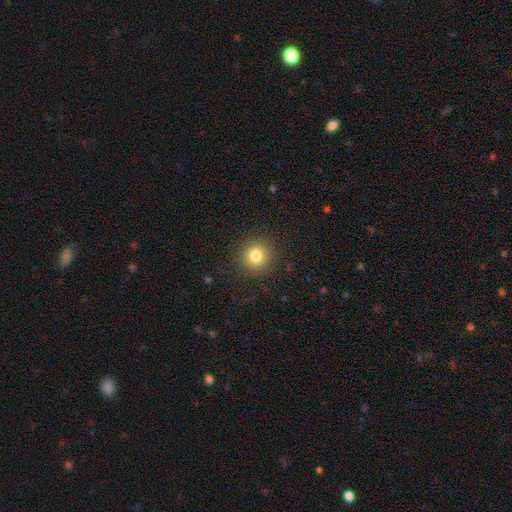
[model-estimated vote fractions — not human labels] Smooth or featured: smooth — 81% (star or artifact — 12%)
How rounded: round — 92% (in between — 7%)
Merging: none — 89% (minor disturbance — 7%)